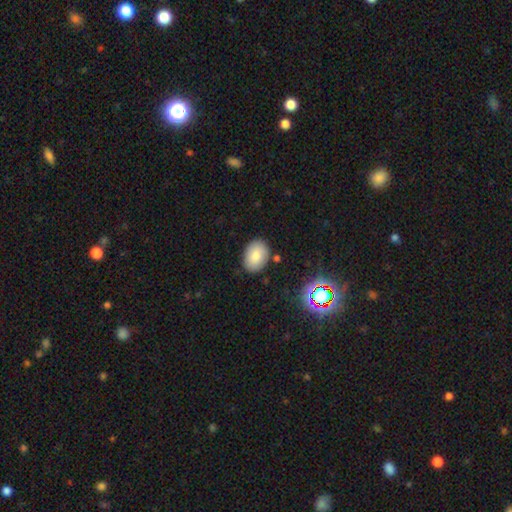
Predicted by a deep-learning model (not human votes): Smooth or featured: smooth — 81% (featured or disk — 10%)
How rounded: in between — 78% (round — 21%)
Merging: none — 84% (minor disturbance — 11%)